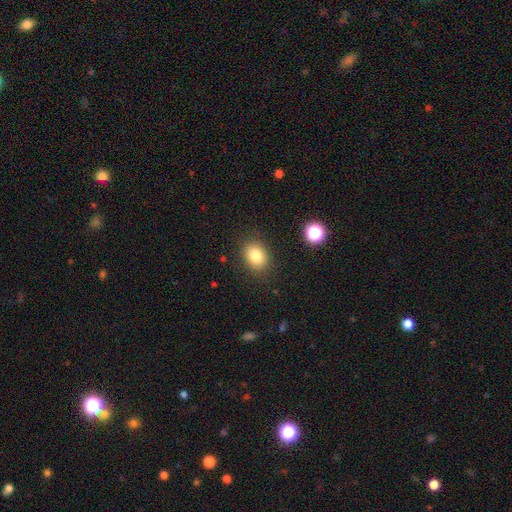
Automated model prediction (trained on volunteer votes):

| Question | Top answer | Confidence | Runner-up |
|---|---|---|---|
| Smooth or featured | smooth | 81% | star or artifact (11%) |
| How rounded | in between | 52% | round (47%) |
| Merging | none | 87% | minor disturbance (9%) |